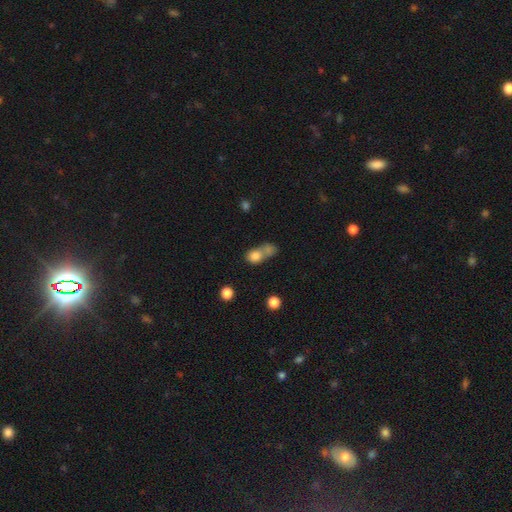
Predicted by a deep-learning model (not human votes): smooth-or-featured: smooth: 77% | featured or disk: 12% | star or artifact: 11%
  how-rounded: round: 53% | in between: 44% | cigar-shaped: 3%
  merging: merger: 61% | none: 24% | minor disturbance: 8% | major disturbance: 6%